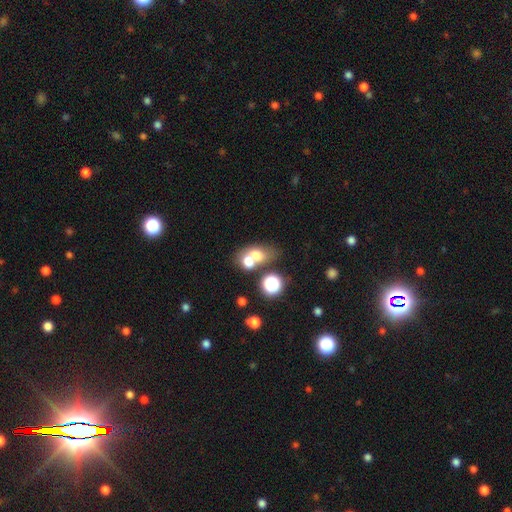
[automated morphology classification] Smooth or featured? smooth (65%)
How rounded? in between (52%)
Merging? merger (48%)